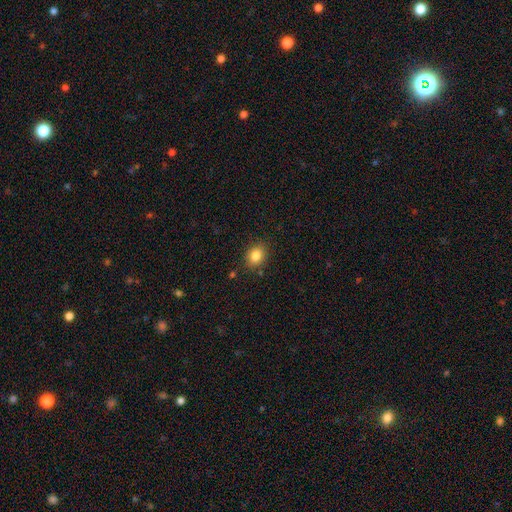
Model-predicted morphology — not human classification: type=smooth (84%); roundness=round (50%, tied with in between); merging=none (85%).